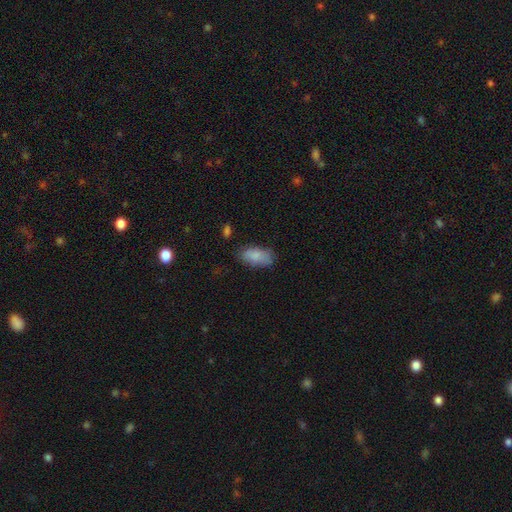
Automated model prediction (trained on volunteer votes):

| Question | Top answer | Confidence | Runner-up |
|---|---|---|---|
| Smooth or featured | smooth | 84% | featured or disk (9%) |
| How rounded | in between | 91% | cigar-shaped (6%) |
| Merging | none | 71% | minor disturbance (21%) |